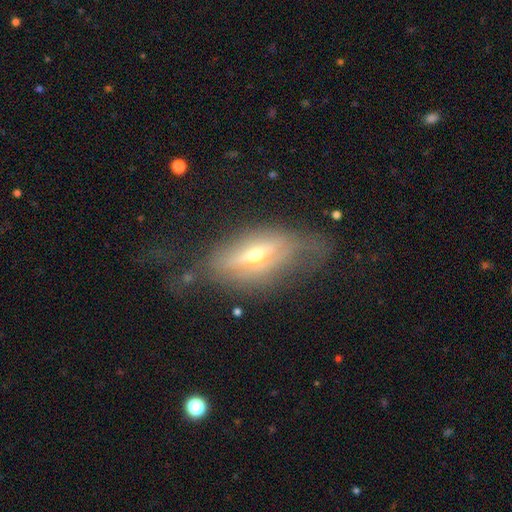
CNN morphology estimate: featured or disk 63%, smooth 28%, star or artifact 9%. Down the decision tree: edge-on disk — yes (64%); merging — none (48%).